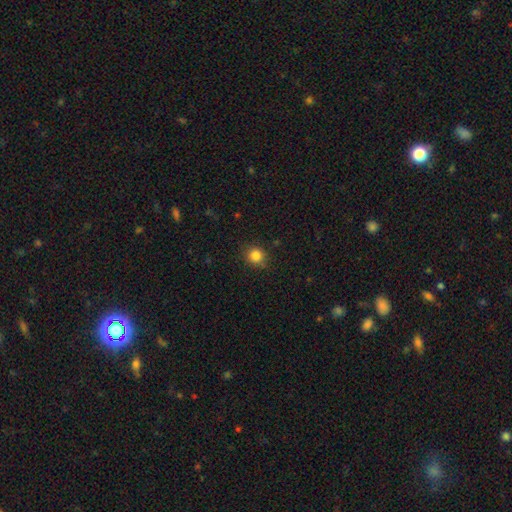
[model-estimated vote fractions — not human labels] Smooth or featured? Predicted: smooth (p=0.84). How rounded? Predicted: round (p=0.89). Merging? Predicted: none (p=0.86).